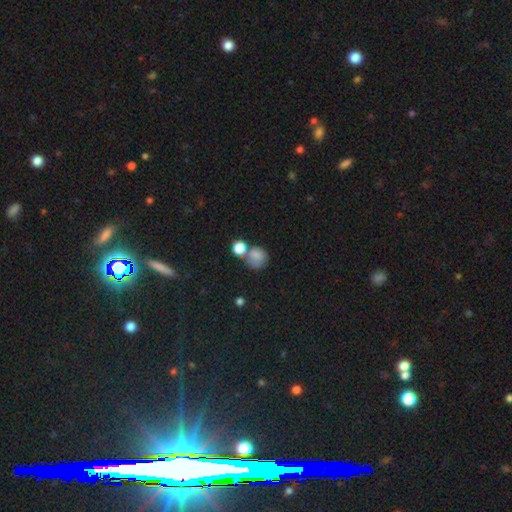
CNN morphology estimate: smooth-or-featured: smooth: 76% | star or artifact: 13% | featured or disk: 11%
  how-rounded: round: 76% | in between: 23% | cigar-shaped: 1%
  merging: none: 43% | merger: 29% | minor disturbance: 17% | major disturbance: 11%